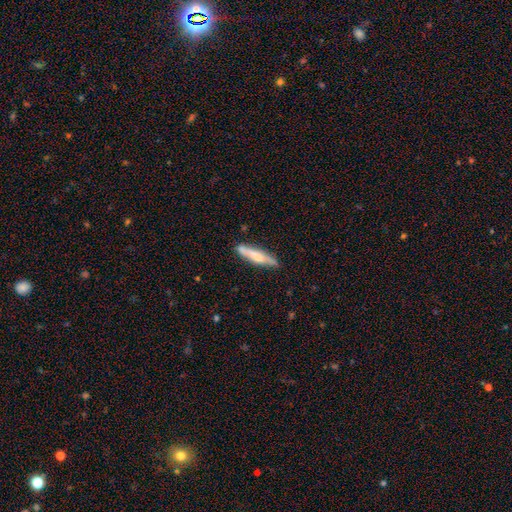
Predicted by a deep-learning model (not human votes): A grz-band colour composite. It shows a smooth galaxy with no disk features (56%) that is cigar-shaped (86%). Merging: none (80%).